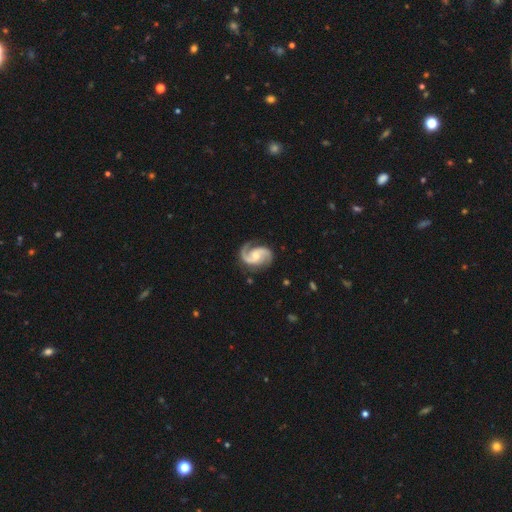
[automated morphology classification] A featured or disk galaxy (93%) with no bar (54%), 2 (94%) medium (61%) spiral arms (99%) and a moderate central bulge (46%).

Vote fractions:
- Smooth or featured? featured or disk: 93% / star or artifact: 4% / smooth: 3%
- Edge-on disk? no: 98% / yes: 2%
- Bar? no: 54% / weak: 36% / strong: 10%
- Spiral arms? yes: 99% / no: 1%
- Spiral winding? medium: 61% / tight: 20% / loose: 19%
- Spiral arm count? 2: 94% / 1: 2% / can't tell: 1% / 3: 1% / 4: 1% / more than 4: 1%
- Bulge size? moderate: 46% / small: 45% / none: 6% / large: 3% / dominant: 1%
- Merging? none: 81% / minor disturbance: 13% / major disturbance: 5% / merger: 1%